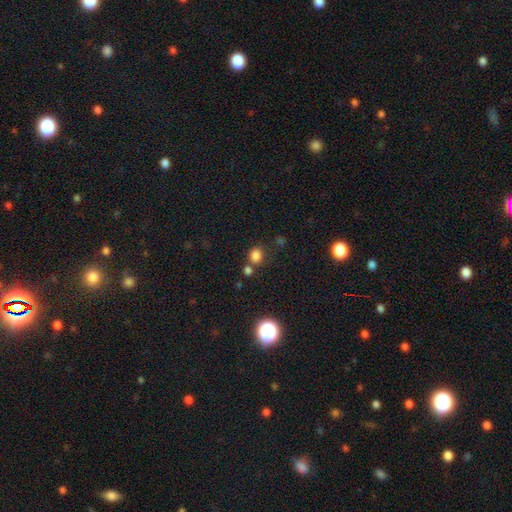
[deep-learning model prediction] This appears to be a smooth galaxy with no disk features (80%) that is round (68%). Merging: none (64%).